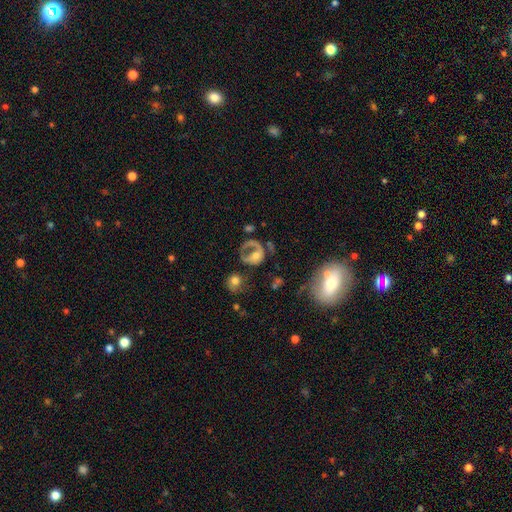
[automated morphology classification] Smooth or featured: featured or disk — 51% (smooth — 37%)
Edge-on disk: no — 96% (yes — 4%)
Merging: major disturbance — 44% (none — 30%)